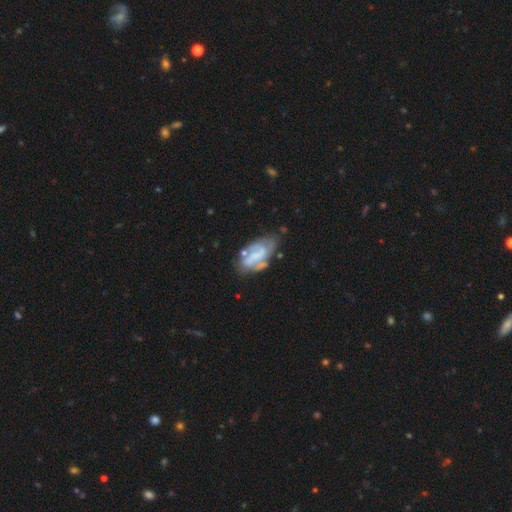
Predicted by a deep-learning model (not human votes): A featured or disk galaxy (73%) with a weak bar (41%), 2 (60%) medium (43%) spiral arms (83%) and no central bulge (48%).

Vote fractions:
- Smooth or featured? featured or disk: 73% / smooth: 20% / star or artifact: 7%
- Edge-on disk? no: 97% / yes: 3%
- Bar? weak: 41% / no: 33% / strong: 26%
- Spiral arms? yes: 83% / no: 17%
- Spiral winding? medium: 43% / tight: 33% / loose: 24%
- Spiral arm count? 2: 60% / can't tell: 20% / 3: 10% / 1: 5% / 4: 2% / more than 4: 2%
- Bulge size? none: 48% / small: 30% / moderate: 17% / large: 4% / dominant: 1%
- Merging? none: 50% / minor disturbance: 26% / major disturbance: 16% / merger: 8%